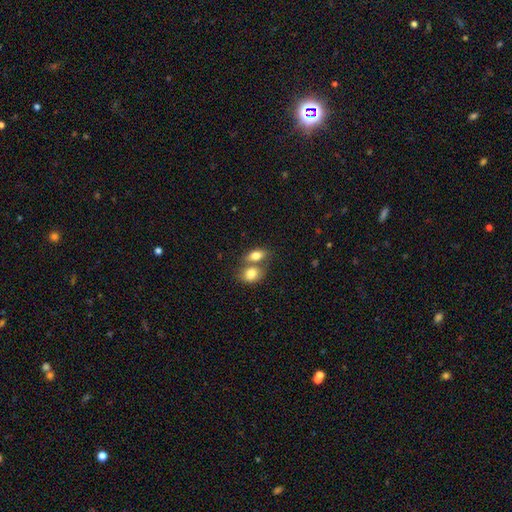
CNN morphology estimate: Overall: smooth (80%). How rounded: in between (79%). Merging: merger (56%; none 33%).